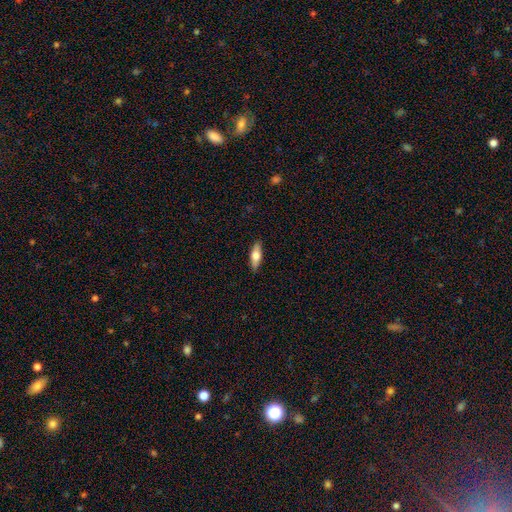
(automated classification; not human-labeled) smooth_or_featured: smooth (p=0.65) [alt: featured or disk p=0.29]
how_rounded: in between (p=0.61) [alt: cigar-shaped p=0.37]
merging: none (p=0.89) [alt: minor disturbance p=0.09]